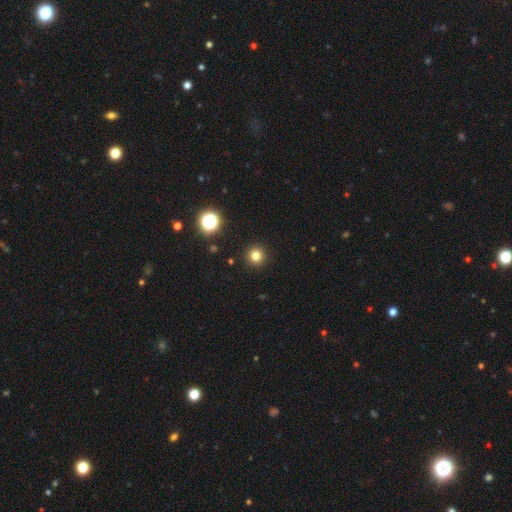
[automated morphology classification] A smooth galaxy with no disk features (80%) that is round (96%). Merging: none (93%).